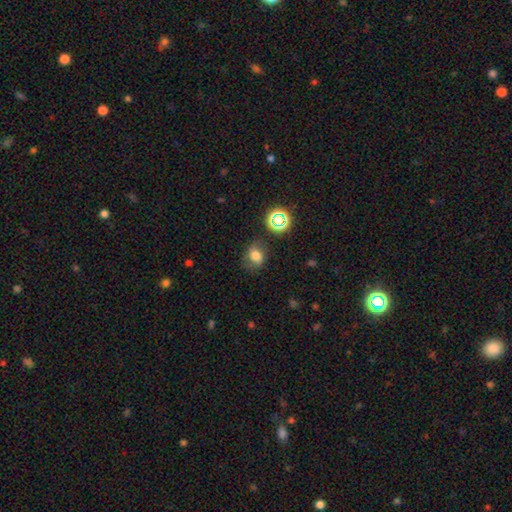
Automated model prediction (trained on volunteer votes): smooth-or-featured: smooth: 67% | star or artifact: 17% | featured or disk: 16%
  how-rounded: in between: 53% | round: 46% | cigar-shaped: 1%
  merging: none: 67% | minor disturbance: 22% | major disturbance: 9% | merger: 2%